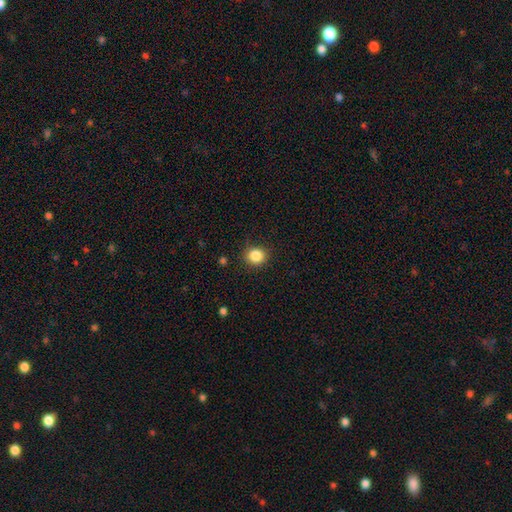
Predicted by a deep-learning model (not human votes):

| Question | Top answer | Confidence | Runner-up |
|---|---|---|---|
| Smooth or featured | smooth | 85% | star or artifact (10%) |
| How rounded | round | 82% | in between (17%) |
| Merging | none | 88% | minor disturbance (8%) |